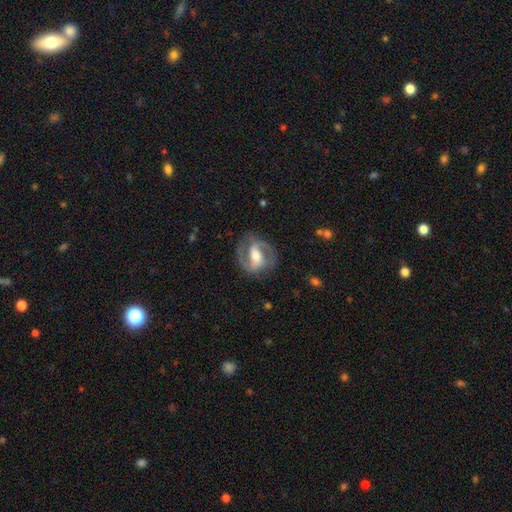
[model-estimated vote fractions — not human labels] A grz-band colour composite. It shows a featured or disk galaxy (82%) with a strong bar (48%), 2 (89%) medium (53%) spiral arms (89%) and a moderate central bulge (64%). Merging: none (80%).